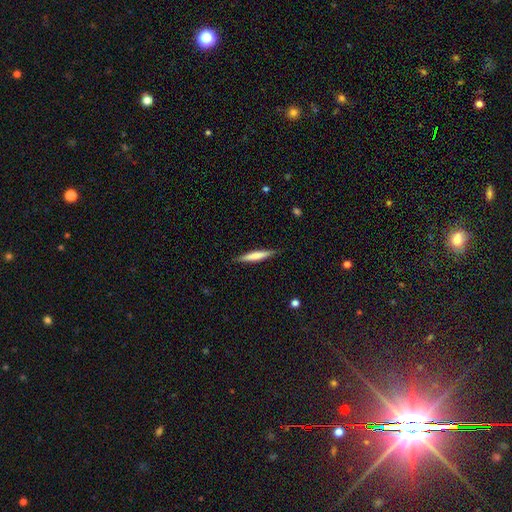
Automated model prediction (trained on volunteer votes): smooth 58%, featured or disk 37%, star or artifact 6%. Down the decision tree: how rounded — cigar-shaped (93%); merging — none (89%).